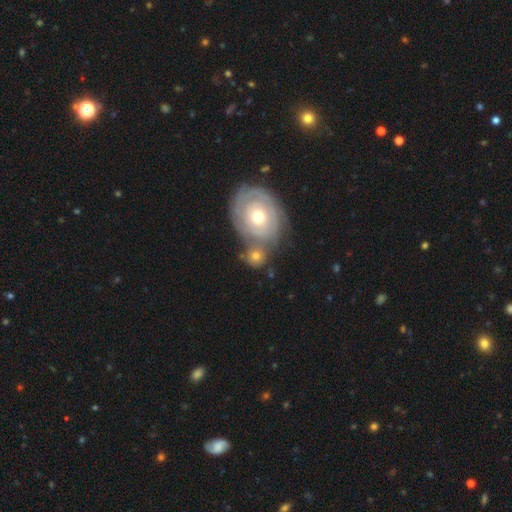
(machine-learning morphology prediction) The model was most divided on "merging": none: 45%, merger: 39%, minor disturbance: 11%, major disturbance: 5%. More confident: how rounded — round (77%); smooth or featured — smooth (53%).